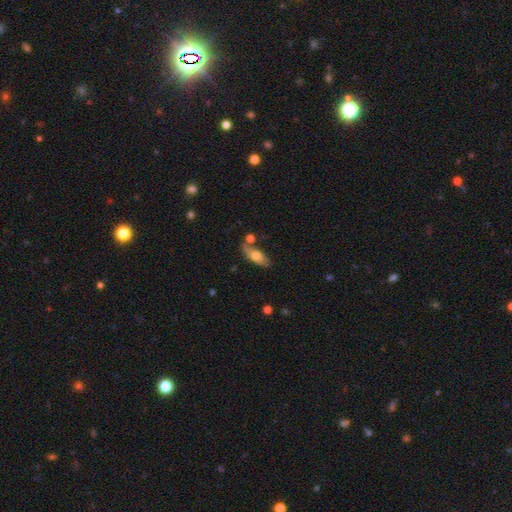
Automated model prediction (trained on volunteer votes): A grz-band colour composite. It shows a smooth galaxy with no disk features (66%) that is in between round and cigar-shaped (75%). Merging: none (65%).